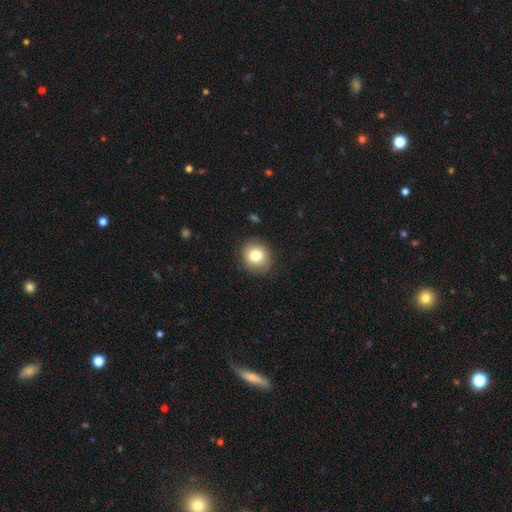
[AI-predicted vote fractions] smooth 80%, featured or disk 11%, star or artifact 9%. Down the decision tree: how rounded — round (79%); merging — none (86%).